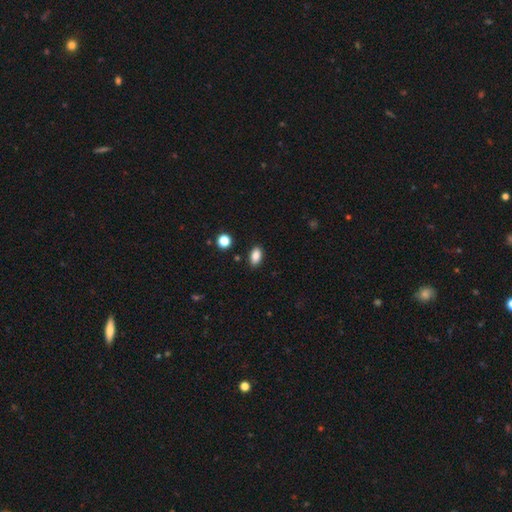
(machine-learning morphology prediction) smooth 88%, star or artifact 9%, featured or disk 4%. Down the decision tree: how rounded — in between (90%); merging — none (88%).